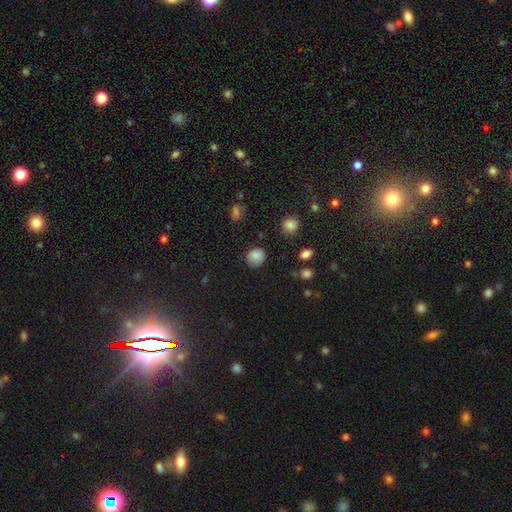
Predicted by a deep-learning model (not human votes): Q: Smooth or featured?
A: smooth (83%); runner-up: star or artifact (11%)
Q: How rounded?
A: round (84%); runner-up: in between (15%)
Q: Merging?
A: none (82%); runner-up: minor disturbance (13%)